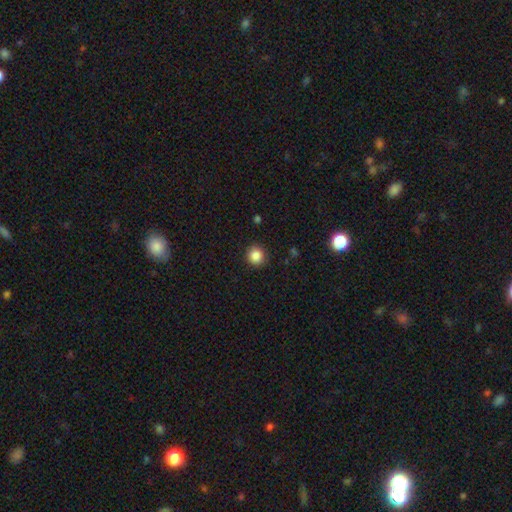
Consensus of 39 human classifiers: This appears to be a smooth galaxy with no disk features (92%) that is round (92%). Merging: none (84%).